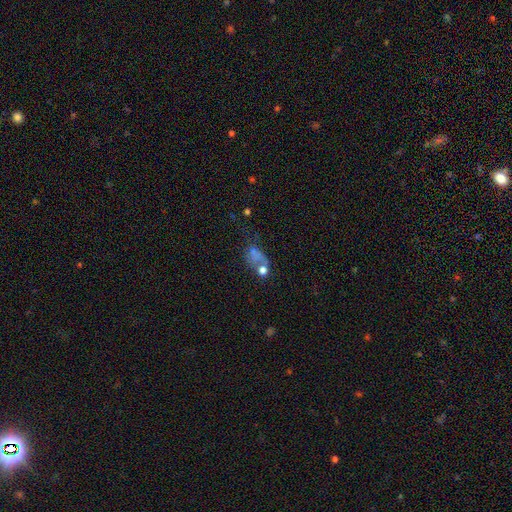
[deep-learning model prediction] Smooth or featured? Predicted: smooth (p=0.58). How rounded? Predicted: in between (p=0.65). Merging? Predicted: merger (p=0.30).